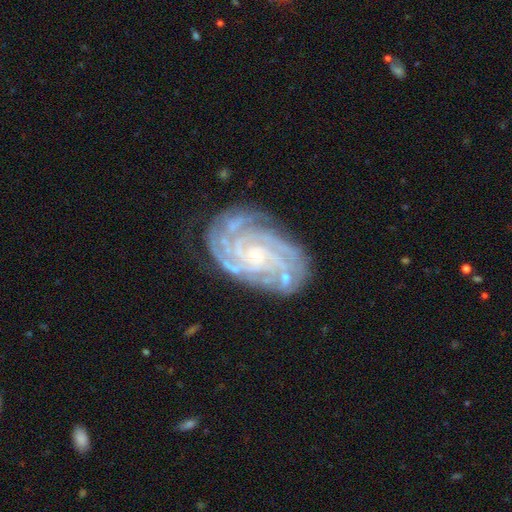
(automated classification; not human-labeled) This is clearly a featured or disk galaxy (91%). It is clearly not viewed edge-on (97%). Bar: likely no (74%). Spiral arm pattern: clearly yes (98%). Spiral arm count: marginally 4 (36%). Spiral winding: clearly tight (80%). Central bulge: clearly small (80%). Merging: likely none (75%).